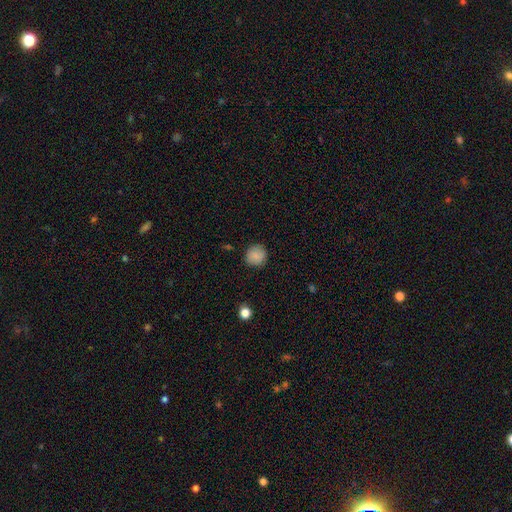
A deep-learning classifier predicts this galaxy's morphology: A smooth galaxy with no disk features (87%) that is round (91%).

Vote fractions:
- Smooth or featured? smooth: 87% / star or artifact: 9% / featured or disk: 4%
- How rounded? round: 91% / in between: 8% / cigar-shaped: 1%
- Merging? none: 87% / minor disturbance: 9% / major disturbance: 3% / merger: 1%